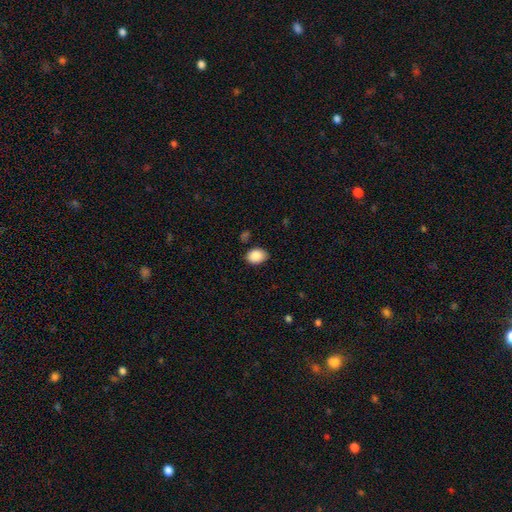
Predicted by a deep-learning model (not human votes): This is clearly a smooth galaxy (89%). How rounded: likely in between (72%). Merging: likely none (80%).